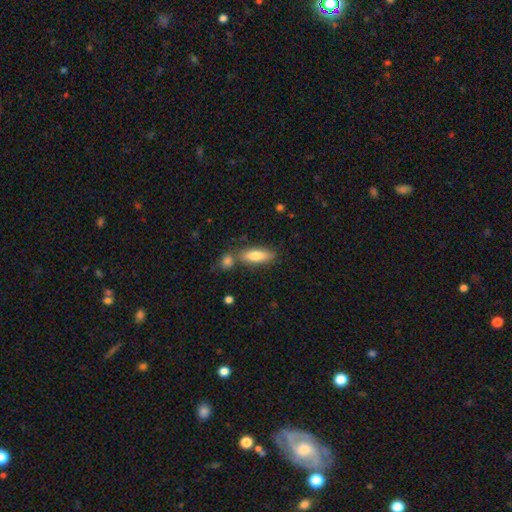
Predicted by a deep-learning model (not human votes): smooth-or-featured: smooth: 78% | featured or disk: 16% | star or artifact: 6%
  how-rounded: in between: 66% | cigar-shaped: 32% | round: 2%
  merging: none: 66% | merger: 18% | minor disturbance: 13% | major disturbance: 3%